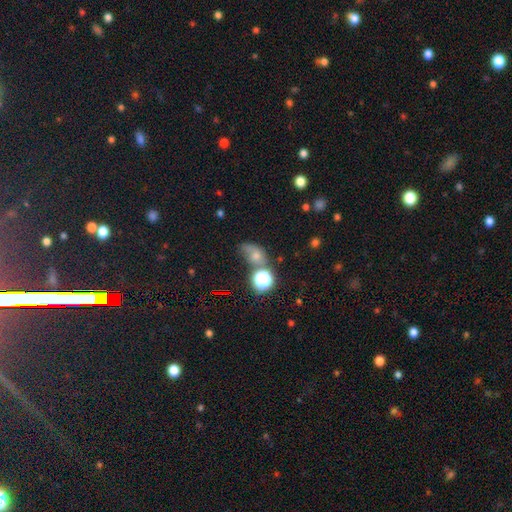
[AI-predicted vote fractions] smooth_or_featured: smooth (p=0.57) [alt: star or artifact p=0.25]
how_rounded: in between (p=0.65) [alt: round p=0.32]
merging: none (p=0.37) [alt: minor disturbance p=0.25]